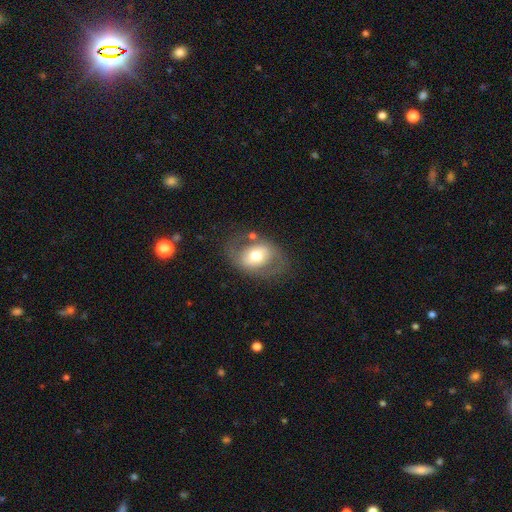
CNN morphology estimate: featured or disk 52%, smooth 41%, star or artifact 7%. Down the decision tree: edge-on disk — no (94%); merging — none (66%).